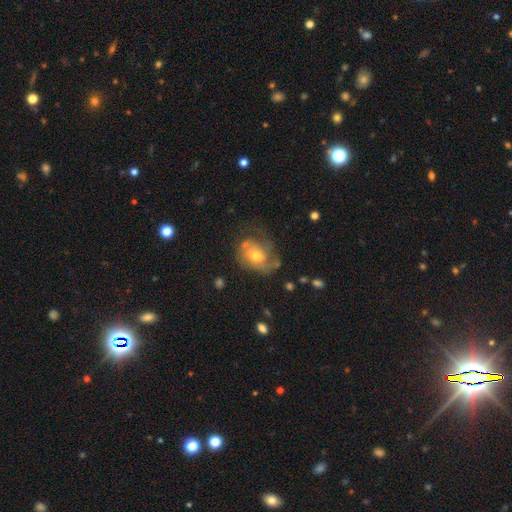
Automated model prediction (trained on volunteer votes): A featured or disk galaxy (55%) with no bar (77%), spiral arms (70%) and a moderate central bulge (66%).

Vote fractions:
- Smooth or featured? featured or disk: 55% / smooth: 36% / star or artifact: 9%
- Edge-on disk? no: 96% / yes: 4%
- Bar? no: 77% / weak: 19% / strong: 4%
- Spiral arms? yes: 70% / no: 30%
- Bulge size? moderate: 66% / small: 25% / large: 6% / none: 1% / dominant: 1%
- Merging? none: 47% / minor disturbance: 27% / major disturbance: 23% / merger: 4%